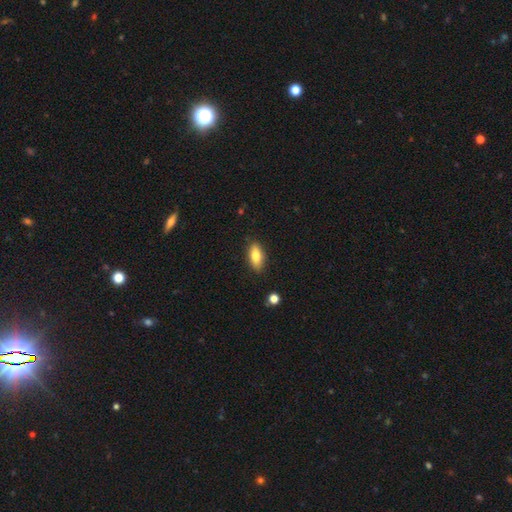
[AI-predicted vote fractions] Q: Smooth or featured?
A: smooth (81%); runner-up: featured or disk (12%)
Q: How rounded?
A: in between (81%); runner-up: cigar-shaped (16%)
Q: Merging?
A: none (86%); runner-up: minor disturbance (10%)